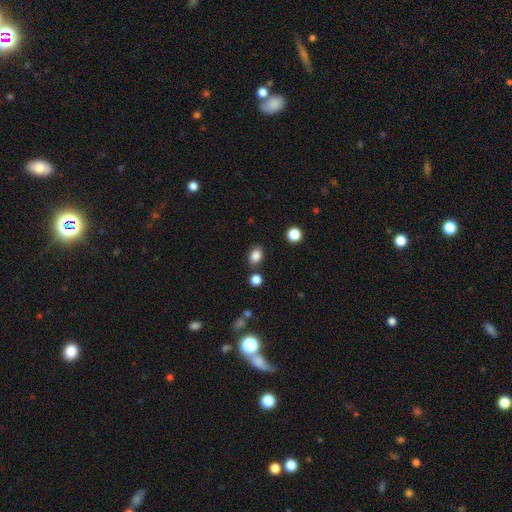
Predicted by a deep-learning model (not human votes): A smooth galaxy with no disk features (85%) that is in between round and cigar-shaped (63%).

Vote fractions:
- Smooth or featured? smooth: 85% / star or artifact: 11% / featured or disk: 4%
- How rounded? in between: 63% / round: 36% / cigar-shaped: 1%
- Merging? none: 80% / minor disturbance: 11% / merger: 6% / major disturbance: 3%